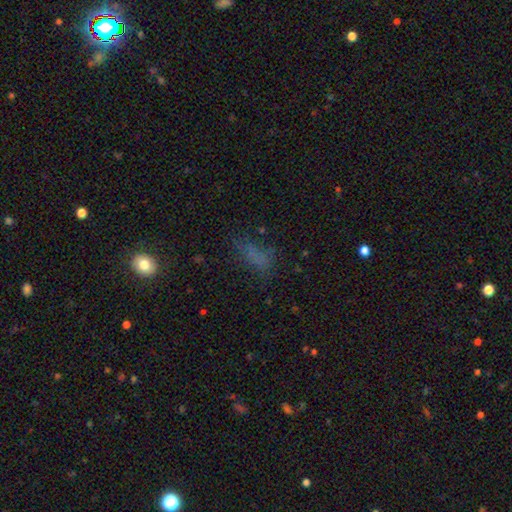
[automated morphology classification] Smooth or featured? smooth (61%)
How rounded? in between (70%)
Merging? none (54%)